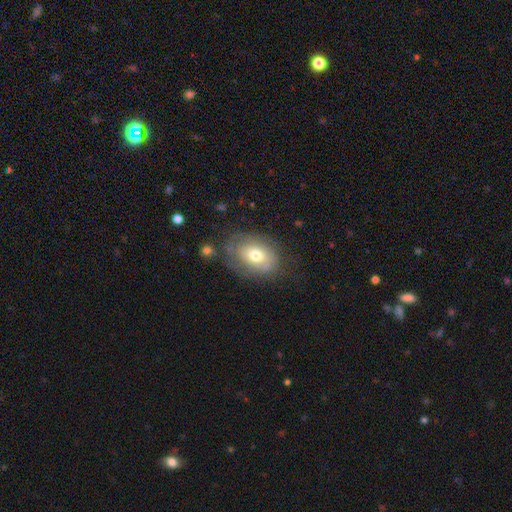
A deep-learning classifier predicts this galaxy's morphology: Overall: smooth (53%; featured or disk 39%). How rounded: in between (79%). Merging: none (62%; minor disturbance 24%).